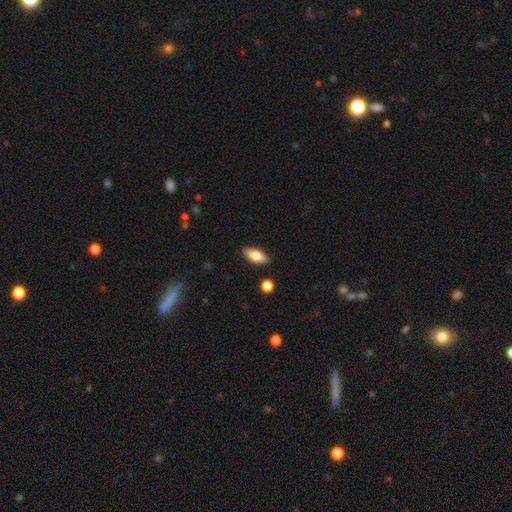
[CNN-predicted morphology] smooth-or-featured: smooth: 70% | featured or disk: 23% | star or artifact: 7%
  how-rounded: in between: 79% | cigar-shaped: 17% | round: 3%
  merging: none: 87% | minor disturbance: 9% | major disturbance: 2% | merger: 2%